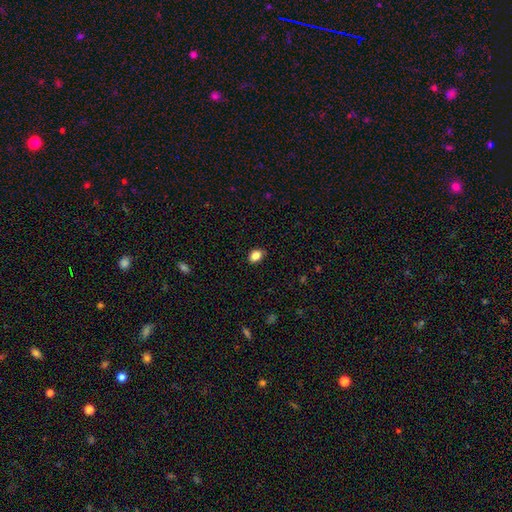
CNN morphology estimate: This appears to be a smooth galaxy with no disk features (87%) that is in between round and cigar-shaped (67%). Merging: none (88%).